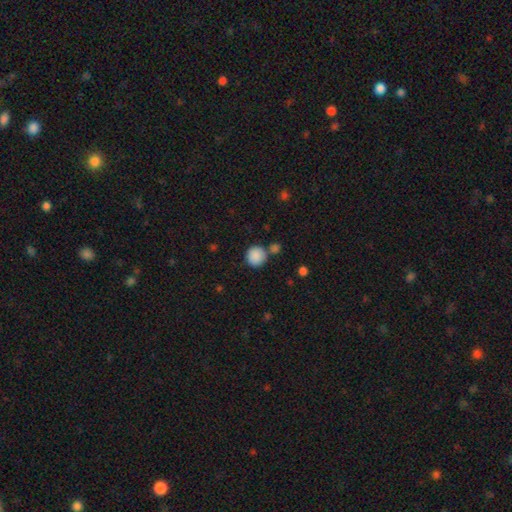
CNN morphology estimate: This appears to be a smooth galaxy with no disk features (88%) that is round (92%). Merging: none (71%).